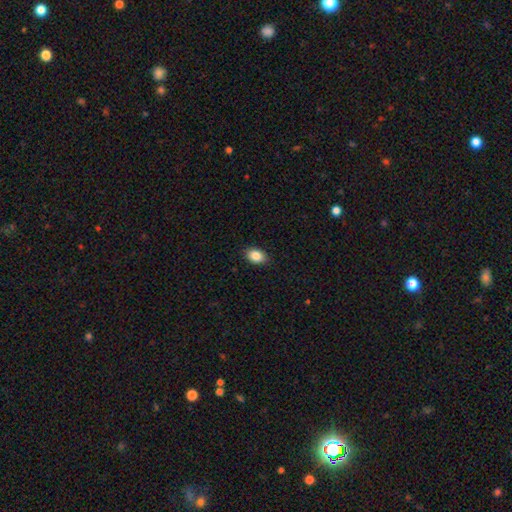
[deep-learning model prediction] Smooth or featured? smooth (87%)
How rounded? in between (81%)
Merging? none (88%)